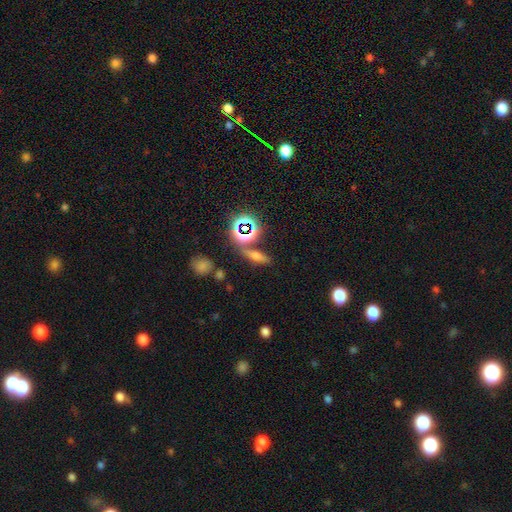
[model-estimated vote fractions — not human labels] Smooth or featured?
  - smooth: 50% *
  - star or artifact: 30%
  - featured or disk: 20%
Merging?
  - none: 70% *
  - merger: 13%
  - minor disturbance: 12%
  - major disturbance: 5%